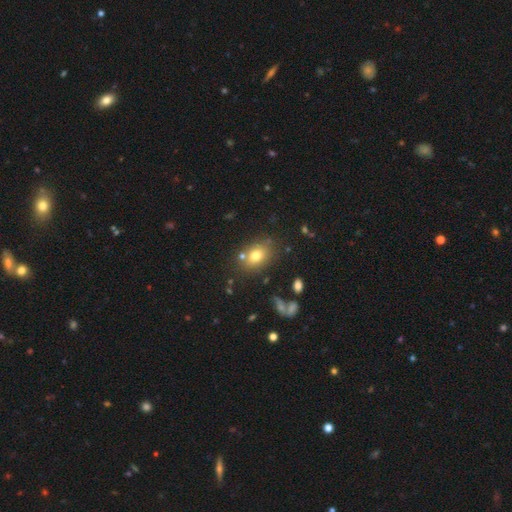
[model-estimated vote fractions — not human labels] A smooth galaxy with no disk features (76%) that is in between round and cigar-shaped (65%). Merging: none (76%).